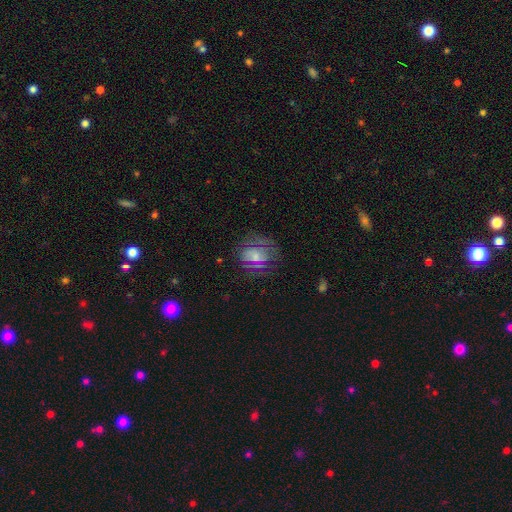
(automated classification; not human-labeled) Morphology: type=featured or disk (47%); merging=none (69%).